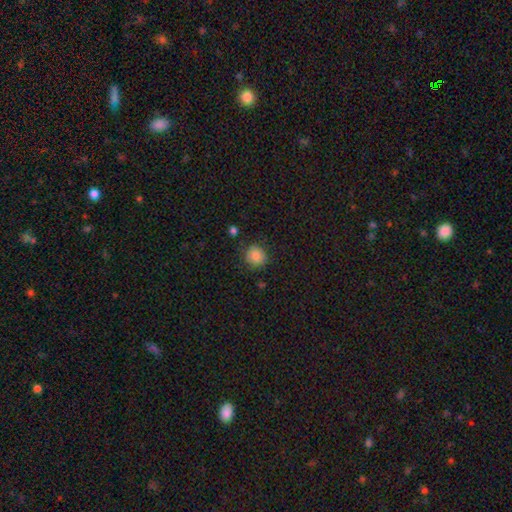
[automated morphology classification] A smooth galaxy with no disk features (86%) that is round (83%). Merging: none (81%).